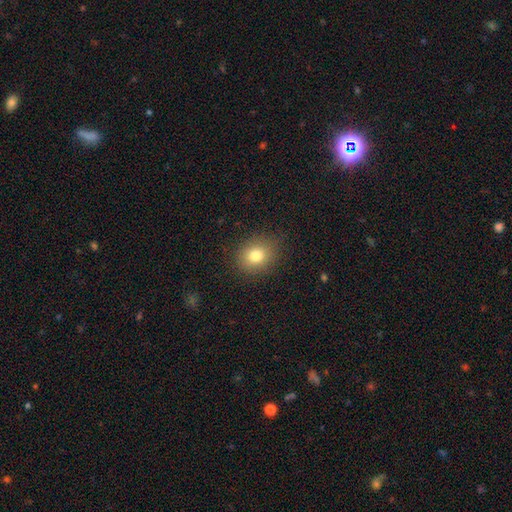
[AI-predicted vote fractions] smooth 80%, star or artifact 12%, featured or disk 9%. Down the decision tree: how rounded — round (64%); merging — none (86%).